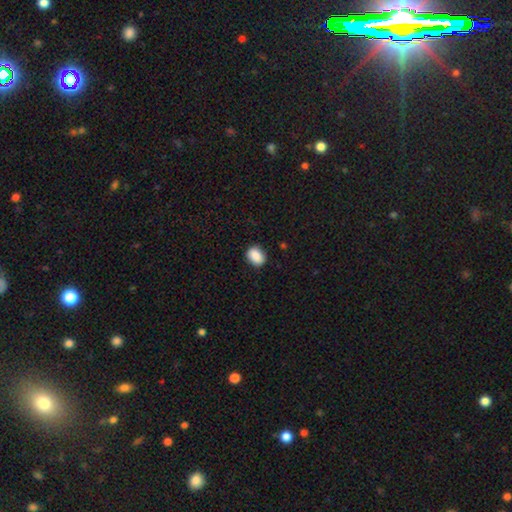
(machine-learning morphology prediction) Smooth or featured? Predicted: smooth (p=0.88). How rounded? Predicted: in between (p=0.65). Merging? Predicted: none (p=0.86).